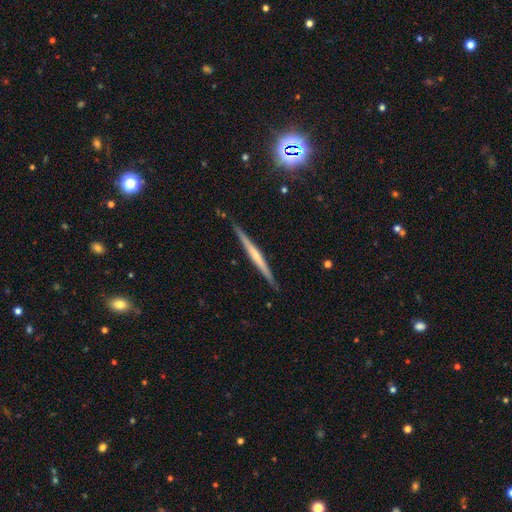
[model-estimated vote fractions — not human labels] A featured or disk galaxy (64%) viewed edge-on (98%) with no central bulge (60%).

Vote fractions:
- Smooth or featured? featured or disk: 64% / smooth: 30% / star or artifact: 6%
- Edge-on disk? yes: 98% / no: 2%
- Edge-on bulge? none: 60% / rounded: 32% / boxy: 9%
- Merging? none: 88% / minor disturbance: 9% / major disturbance: 1% / merger: 1%